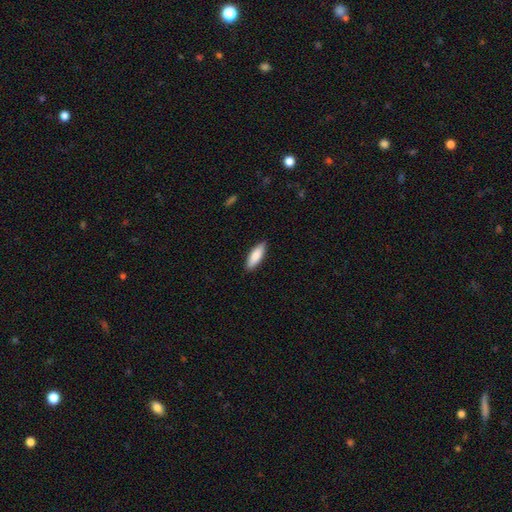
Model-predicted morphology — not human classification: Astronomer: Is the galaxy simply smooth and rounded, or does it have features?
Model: smooth — 85%.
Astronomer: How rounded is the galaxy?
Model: in between — 57% (runner-up: cigar-shaped, 41%).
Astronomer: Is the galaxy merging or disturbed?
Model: none — 89%.